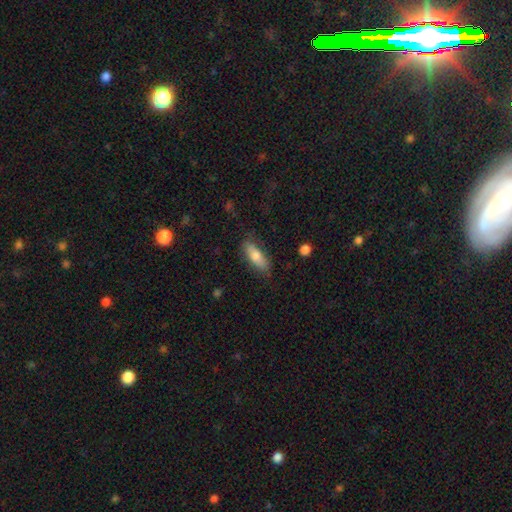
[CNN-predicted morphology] A smooth galaxy with no disk features (73%) that is in between round and cigar-shaped (61%).

Vote fractions:
- Smooth or featured? smooth: 73% / featured or disk: 21% / star or artifact: 6%
- How rounded? in between: 61% / cigar-shaped: 37% / round: 2%
- Merging? none: 78% / minor disturbance: 16% / major disturbance: 4% / merger: 2%